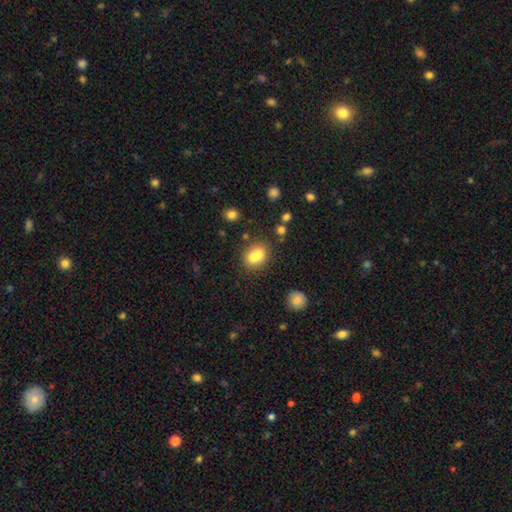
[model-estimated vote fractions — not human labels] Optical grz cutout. It shows a smooth galaxy with no disk features (73%) that is in between round and cigar-shaped (56%). Merging: none (43%).